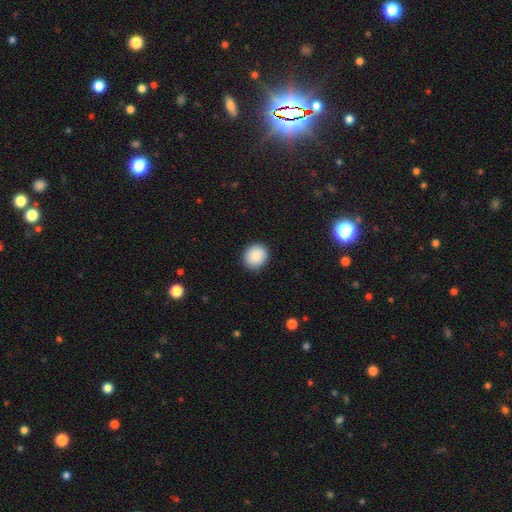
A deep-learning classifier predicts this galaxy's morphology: Smooth or featured?
  - smooth: 89% *
  - star or artifact: 7%
  - featured or disk: 4%
How rounded?
  - round: 82% *
  - in between: 17%
  - cigar-shaped: 1%
Merging?
  - none: 90% *
  - minor disturbance: 8%
  - major disturbance: 2%
  - merger: 1%